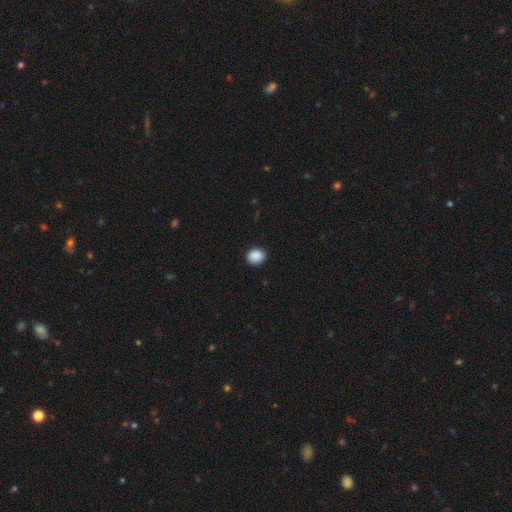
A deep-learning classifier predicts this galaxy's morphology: Smooth or featured? smooth (89%)
How rounded? round (73%)
Merging? none (91%)